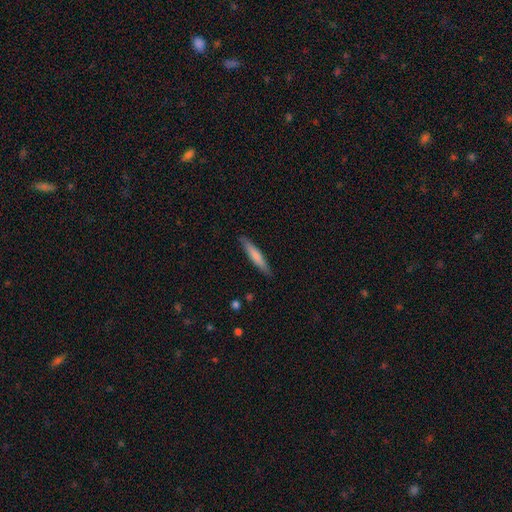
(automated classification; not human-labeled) This appears to be a smooth galaxy with no disk features (71%) that is cigar-shaped (92%). Merging: none (88%).